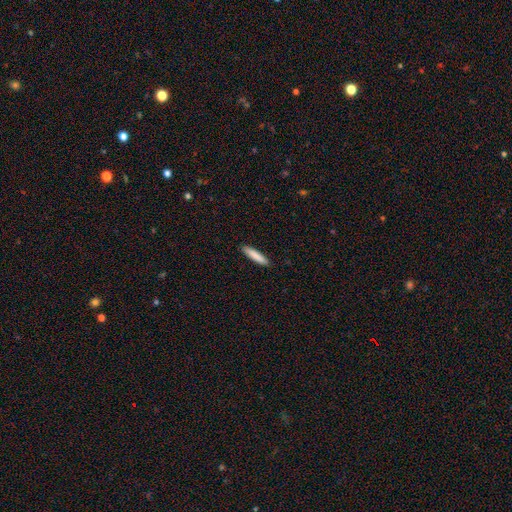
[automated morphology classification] This appears to be a smooth galaxy with no disk features (85%) that is cigar-shaped (86%). Merging: none (91%).